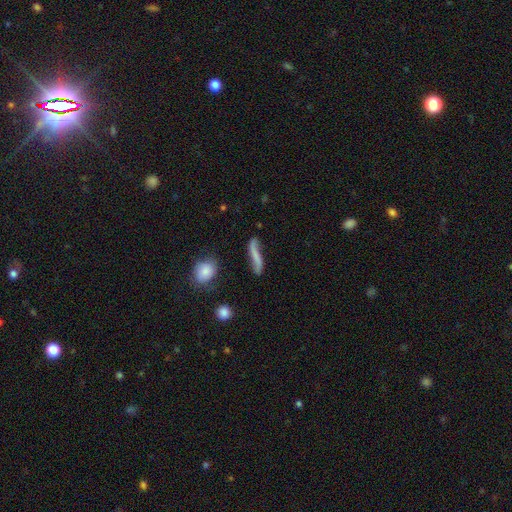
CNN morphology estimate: Overall: featured or disk (47%; smooth 44%). Merging: none (63%).